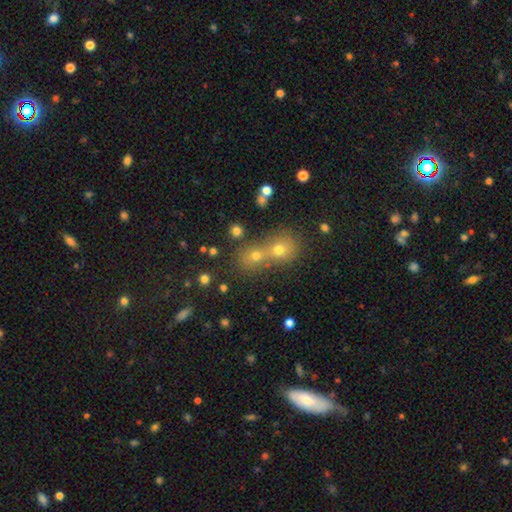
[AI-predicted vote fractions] Morphology: type=smooth (68%); roundness=round (74%); merging=merger (60%).